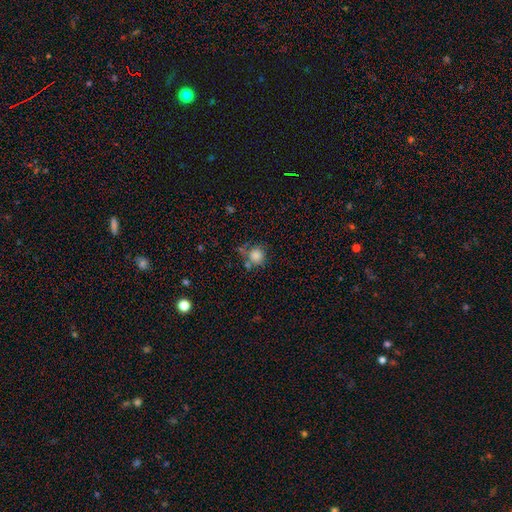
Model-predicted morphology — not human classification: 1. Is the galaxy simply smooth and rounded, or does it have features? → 83% smooth, 11% star or artifact, 6% featured or disk.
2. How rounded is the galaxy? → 90% round, 9% in between, 1% cigar-shaped.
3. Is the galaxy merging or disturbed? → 61% none, 17% minor disturbance, 15% merger, 7% major disturbance.